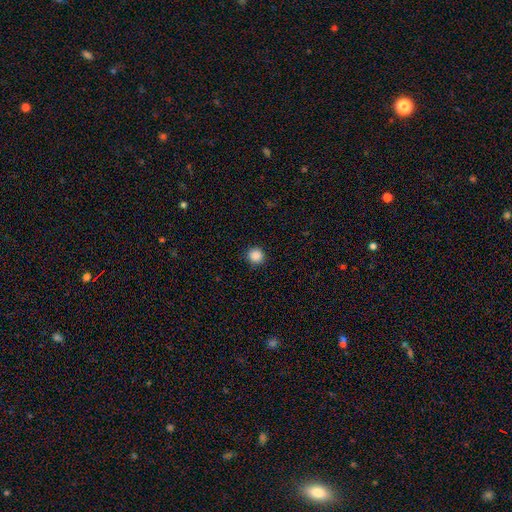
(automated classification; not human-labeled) Smooth or featured? Predicted: smooth (p=0.87). How rounded? Predicted: round (p=0.94). Merging? Predicted: none (p=0.91).